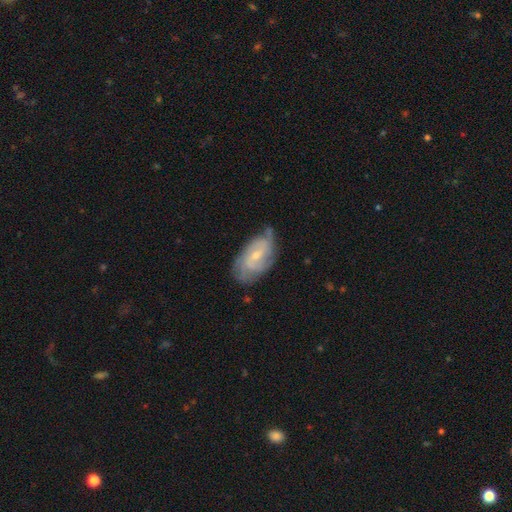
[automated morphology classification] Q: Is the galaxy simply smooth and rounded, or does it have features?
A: featured or disk — 77%.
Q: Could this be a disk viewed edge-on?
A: no — 95%.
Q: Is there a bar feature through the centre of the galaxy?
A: weak — 49%.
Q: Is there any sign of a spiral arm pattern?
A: yes — 92%.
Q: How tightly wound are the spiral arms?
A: tight — 43%.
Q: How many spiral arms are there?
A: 2 — 37%.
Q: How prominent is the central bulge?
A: small — 65%.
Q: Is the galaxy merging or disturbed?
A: none — 62%.